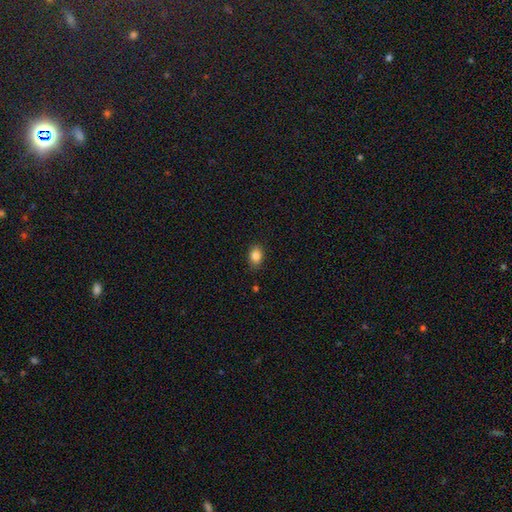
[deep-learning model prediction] Smooth or featured? Predicted: smooth (p=0.85). How rounded? Predicted: in between (p=0.73). Merging? Predicted: none (p=0.85).